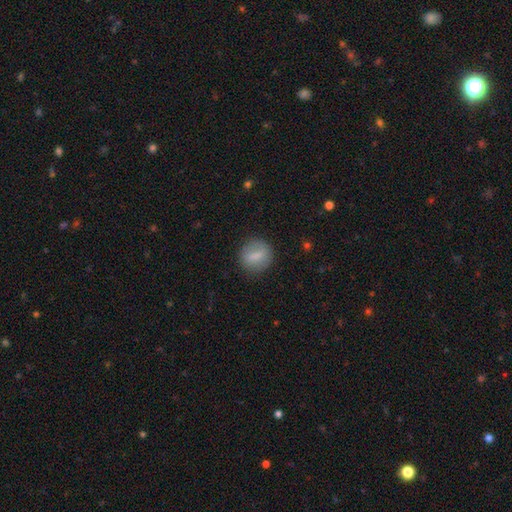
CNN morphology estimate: A smooth galaxy with no disk features (71%) that is round (77%).

Vote fractions:
- Smooth or featured? smooth: 71% / featured or disk: 21% / star or artifact: 8%
- How rounded? round: 77% / in between: 21% / cigar-shaped: 2%
- Merging? none: 82% / minor disturbance: 12% / major disturbance: 4% / merger: 1%